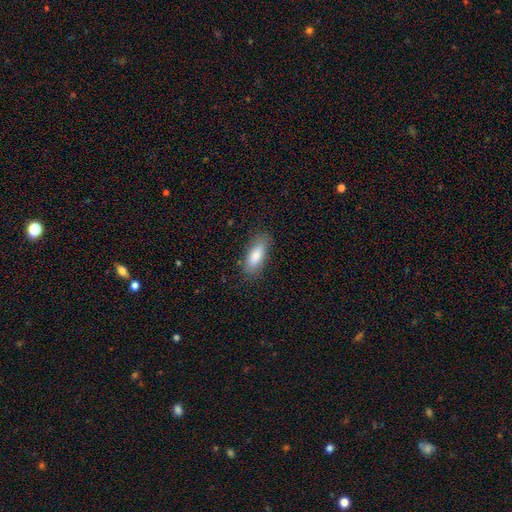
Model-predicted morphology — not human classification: smooth_or_featured: smooth (p=0.82) [alt: featured or disk p=0.12]
how_rounded: in between (p=0.70) [alt: cigar-shaped p=0.27]
merging: none (p=0.84) [alt: minor disturbance p=0.12]